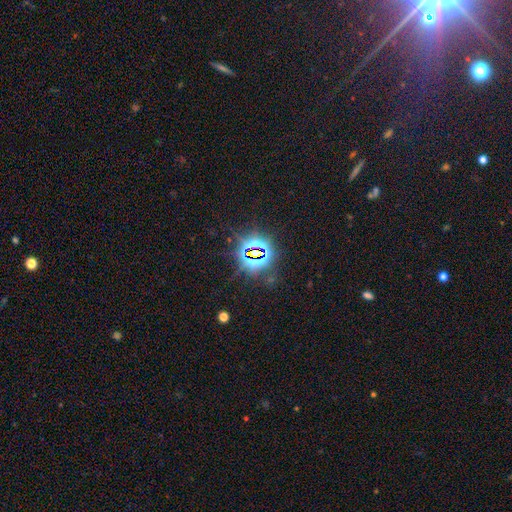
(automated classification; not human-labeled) Morphology: type=star or artifact (81%).